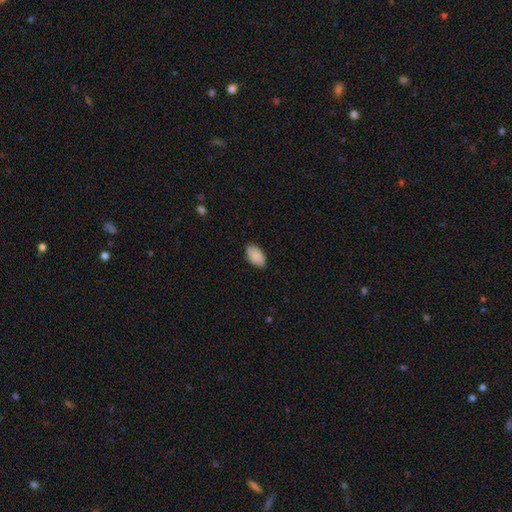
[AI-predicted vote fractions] Q: Smooth or featured?
A: smooth (87%); runner-up: star or artifact (7%)
Q: How rounded?
A: in between (95%); runner-up: round (3%)
Q: Merging?
A: none (82%); runner-up: minor disturbance (14%)